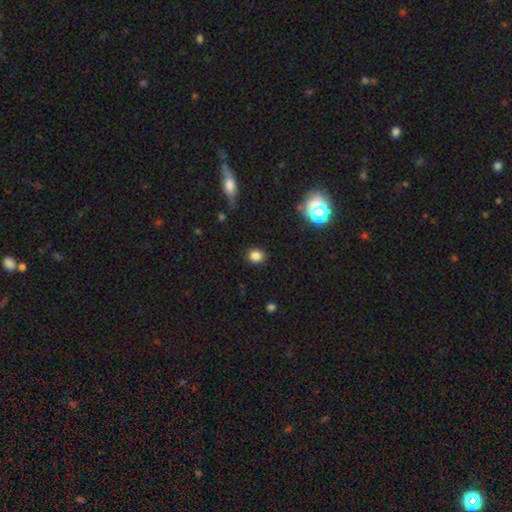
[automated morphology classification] smooth 83%, star or artifact 13%, featured or disk 4%. Down the decision tree: how rounded — round (84%); merging — none (89%).